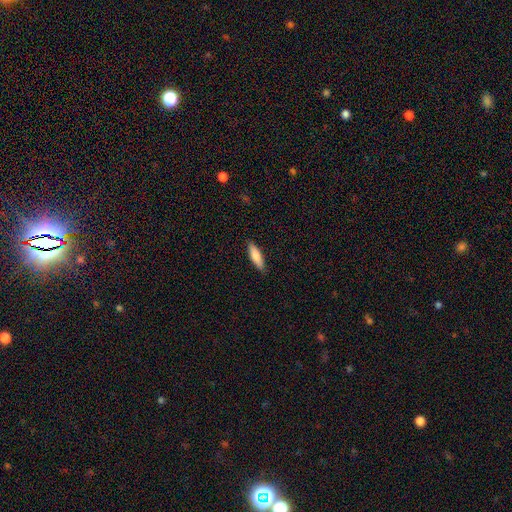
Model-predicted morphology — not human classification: smooth_or_featured: smooth (p=0.80) [alt: featured or disk p=0.15]
how_rounded: cigar-shaped (p=0.59) [alt: in between p=0.39]
merging: none (p=0.88) [alt: minor disturbance p=0.09]